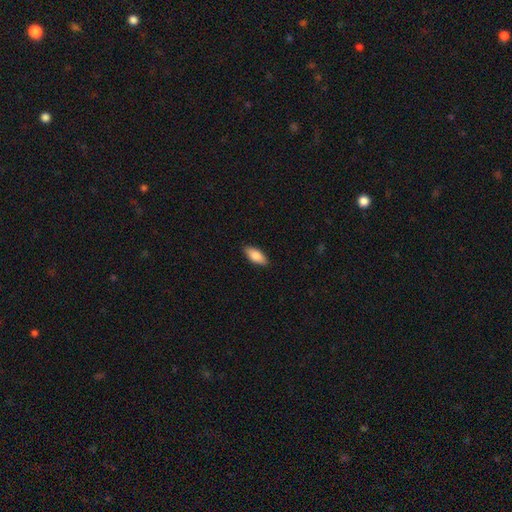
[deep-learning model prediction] The model was most divided on "how rounded": in between: 83%, cigar-shaped: 15%, round: 2%. More confident: merging — none (89%); smooth or featured — smooth (85%).